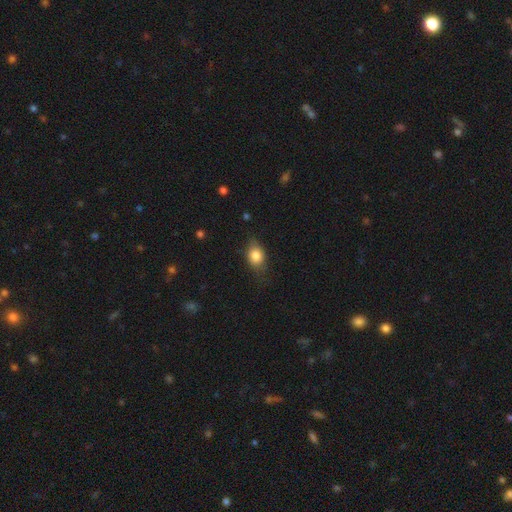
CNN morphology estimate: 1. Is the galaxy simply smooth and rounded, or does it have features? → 80% smooth, 12% featured or disk, 8% star or artifact.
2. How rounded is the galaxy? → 67% in between, 30% round, 3% cigar-shaped.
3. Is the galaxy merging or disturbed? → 65% none, 27% minor disturbance, 7% major disturbance, 1% merger.